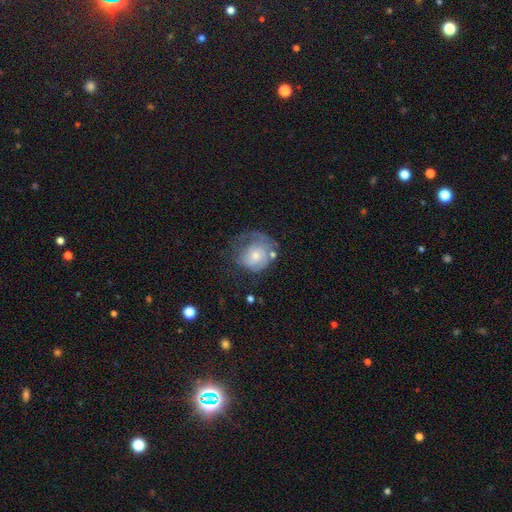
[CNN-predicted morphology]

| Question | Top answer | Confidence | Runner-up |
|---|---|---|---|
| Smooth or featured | featured or disk | 54% | smooth (38%) |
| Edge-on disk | no | 97% | yes (3%) |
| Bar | no | 77% | weak (21%) |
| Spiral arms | yes | 70% | no (30%) |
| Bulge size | moderate | 48% | small (43%) |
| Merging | none | 37% | major disturbance (29%) |